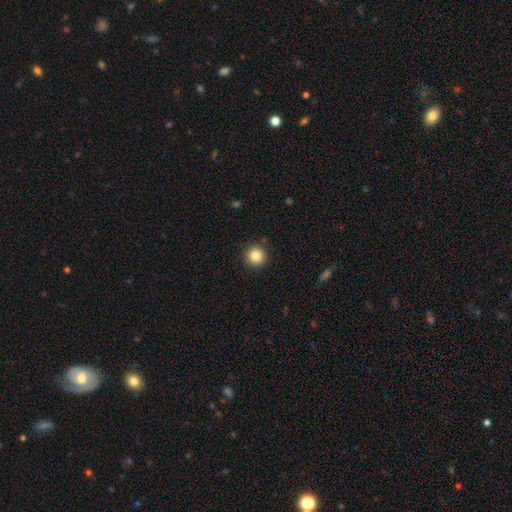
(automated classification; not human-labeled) Q: Smooth or featured?
A: smooth (86%); runner-up: star or artifact (10%)
Q: How rounded?
A: round (95%); runner-up: in between (4%)
Q: Merging?
A: none (91%); runner-up: minor disturbance (6%)